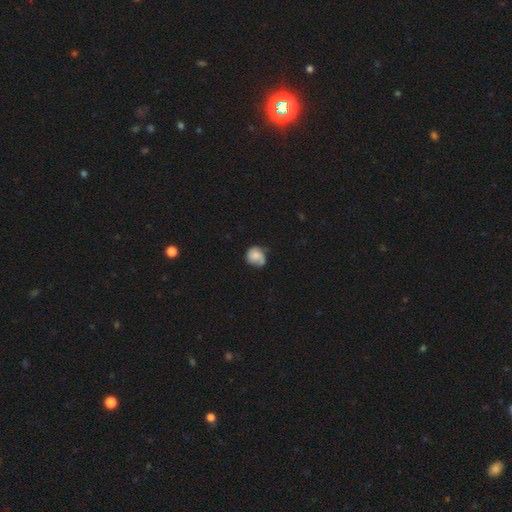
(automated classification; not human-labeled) Smooth or featured?
  - smooth: 58% *
  - featured or disk: 34%
  - star or artifact: 8%
How rounded?
  - round: 74% *
  - in between: 25%
  - cigar-shaped: 1%
Merging?
  - none: 53% *
  - minor disturbance: 33%
  - major disturbance: 12%
  - merger: 2%